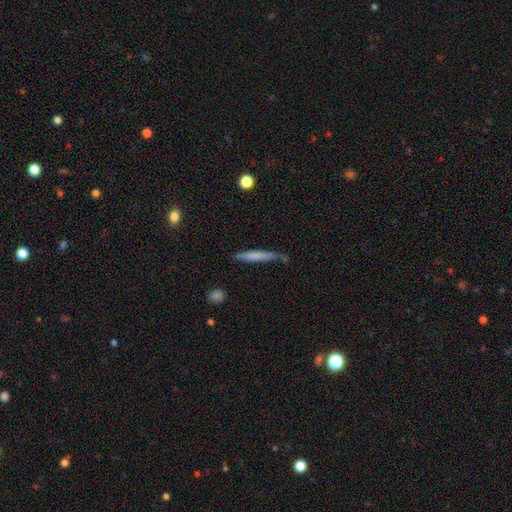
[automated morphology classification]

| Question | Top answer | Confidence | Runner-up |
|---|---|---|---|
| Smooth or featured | smooth | 69% | featured or disk (25%) |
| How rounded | cigar-shaped | 94% | in between (5%) |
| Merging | none | 70% | minor disturbance (21%) |